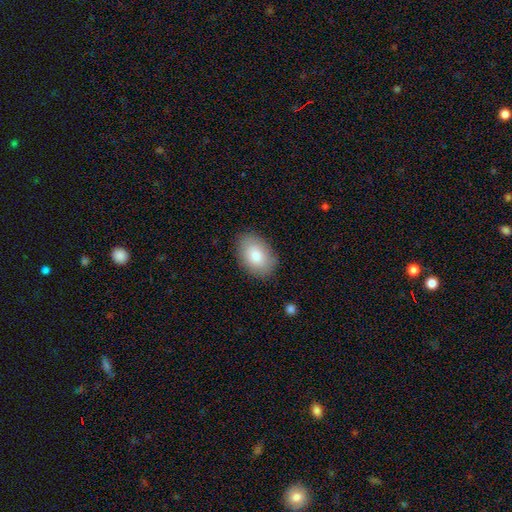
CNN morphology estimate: Smooth or featured?
  - smooth: 84% *
  - featured or disk: 10%
  - star or artifact: 6%
How rounded?
  - in between: 90% *
  - round: 9%
  - cigar-shaped: 1%
Merging?
  - none: 86% *
  - minor disturbance: 11%
  - major disturbance: 3%
  - merger: 1%